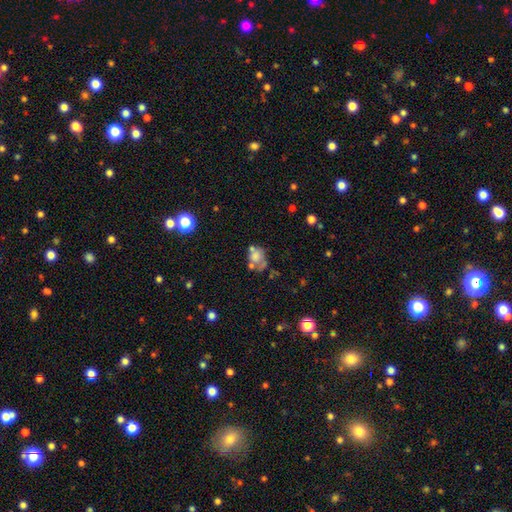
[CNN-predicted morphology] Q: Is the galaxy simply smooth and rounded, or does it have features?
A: smooth — 56%.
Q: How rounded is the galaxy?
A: in between — 54%.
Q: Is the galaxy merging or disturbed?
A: none — 31%.